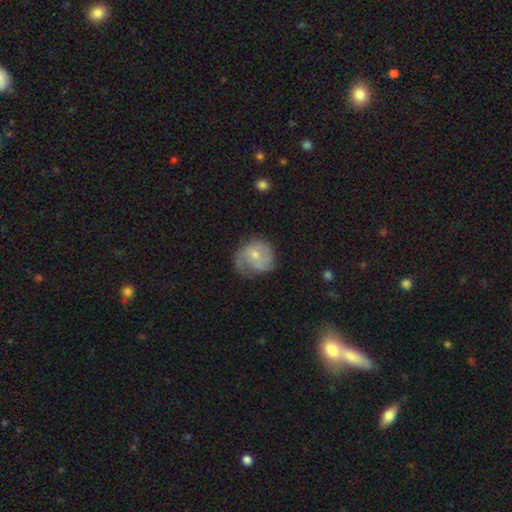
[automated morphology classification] A featured or disk galaxy (50%).

Vote fractions:
- Smooth or featured? featured or disk: 50% / smooth: 42% / star or artifact: 7%
- Edge-on disk? no: 98% / yes: 2%
- Merging? none: 44% / minor disturbance: 31% / major disturbance: 23% / merger: 2%